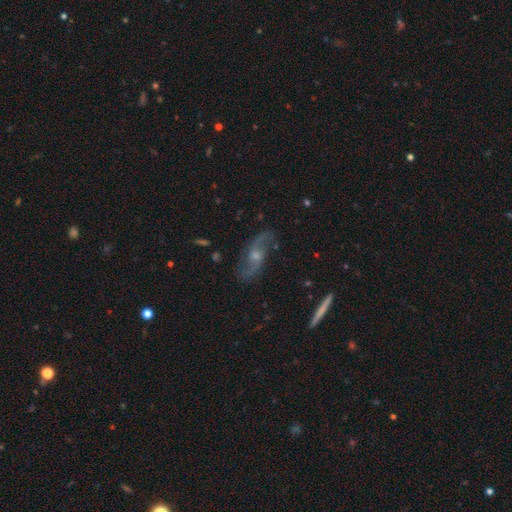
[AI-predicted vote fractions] Overall: featured or disk (84%). Edge-on disk: no (93%). Bar: no (54%; weak 37%). Spiral arms: yes (94%). Spiral arm count: 2 (92%). Spiral winding: loose (66%; medium 27%). Bulge size: moderate (49%; small 41%). Merging: none (78%).